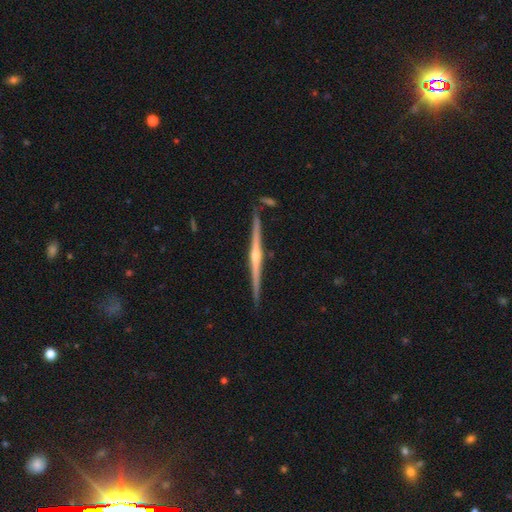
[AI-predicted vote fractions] Overall: featured or disk (86%). Edge-on disk: yes (99%). Edge-on bulge: rounded (84%). Merging: none (89%).